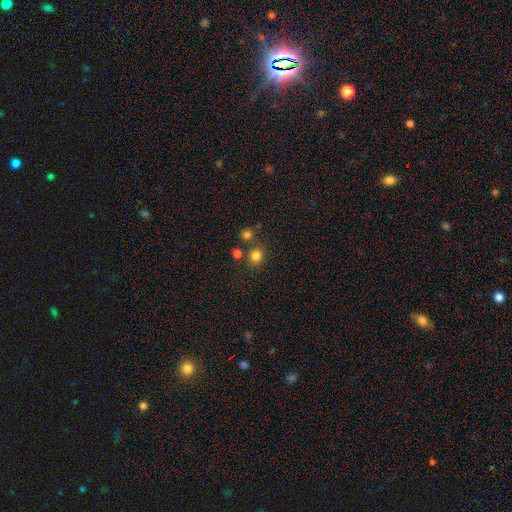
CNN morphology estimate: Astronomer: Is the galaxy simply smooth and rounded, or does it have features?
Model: smooth — 80%.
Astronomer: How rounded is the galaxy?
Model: round — 81%.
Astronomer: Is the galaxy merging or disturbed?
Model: none — 74%.